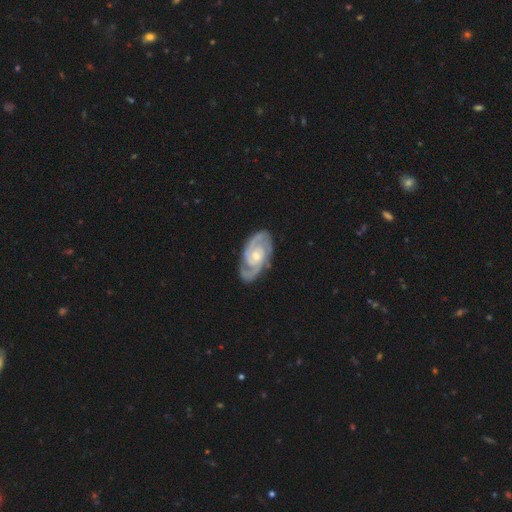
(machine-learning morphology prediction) featured or disk 91%, smooth 5%, star or artifact 4%. Down the decision tree: edge-on disk — no (97%); bar — no (64%); spiral arms — yes (98%); spiral arm count — 2 (81%); spiral winding — tight (59%); bulge size — moderate (48%); merging — none (82%).